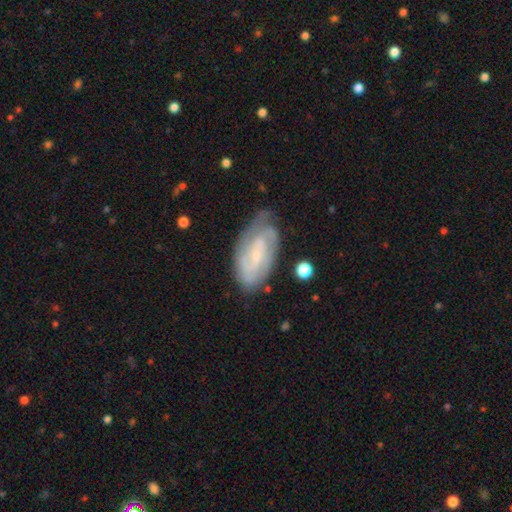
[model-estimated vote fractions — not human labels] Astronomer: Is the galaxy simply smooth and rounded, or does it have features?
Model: featured or disk — 76%.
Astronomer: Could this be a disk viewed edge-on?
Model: no — 94%.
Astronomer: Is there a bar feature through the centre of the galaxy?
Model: no — 44% (runner-up: weak, 43%).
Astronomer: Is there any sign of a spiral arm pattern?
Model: yes — 91%.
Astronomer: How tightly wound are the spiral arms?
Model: tight — 59%.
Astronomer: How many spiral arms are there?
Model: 2 — 39% (runner-up: can't tell, 35%).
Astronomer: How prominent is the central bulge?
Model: small — 72%.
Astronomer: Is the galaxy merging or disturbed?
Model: none — 67%.